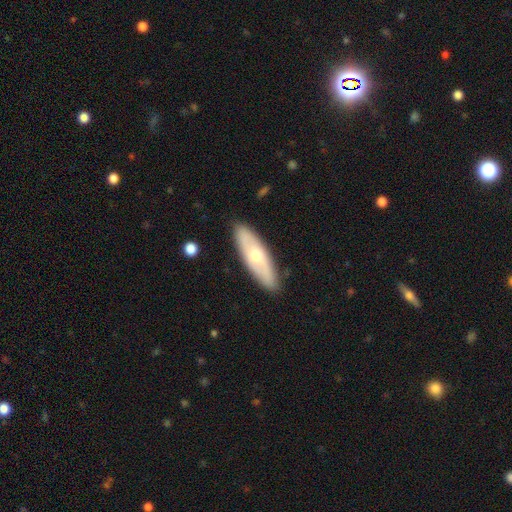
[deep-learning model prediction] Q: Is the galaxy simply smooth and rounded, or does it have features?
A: smooth — 48%.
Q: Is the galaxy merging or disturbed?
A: none — 87%.